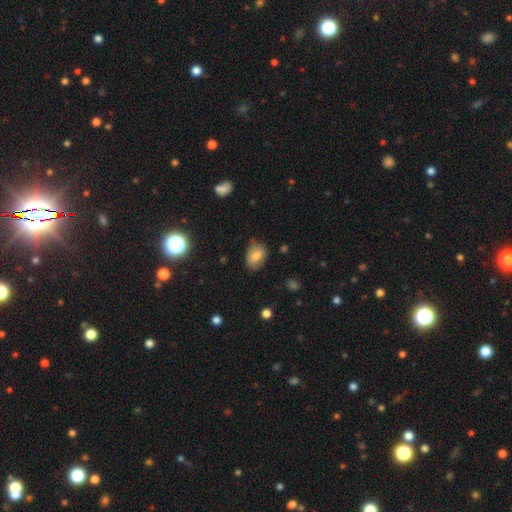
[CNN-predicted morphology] Smooth or featured?
  - smooth: 78% *
  - featured or disk: 12%
  - star or artifact: 10%
How rounded?
  - in between: 80% *
  - round: 18%
  - cigar-shaped: 1%
Merging?
  - none: 72% *
  - minor disturbance: 21%
  - major disturbance: 5%
  - merger: 2%